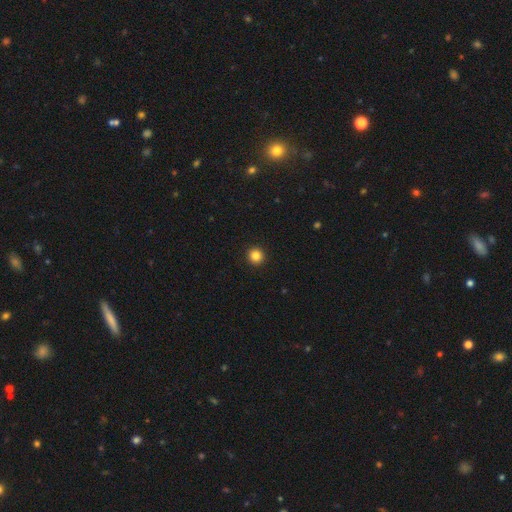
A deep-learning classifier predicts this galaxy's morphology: smooth-or-featured: smooth: 84% | star or artifact: 11% | featured or disk: 5%
  how-rounded: round: 95% | in between: 4% | cigar-shaped: 1%
  merging: none: 94% | minor disturbance: 4% | major disturbance: 1% | merger: 1%